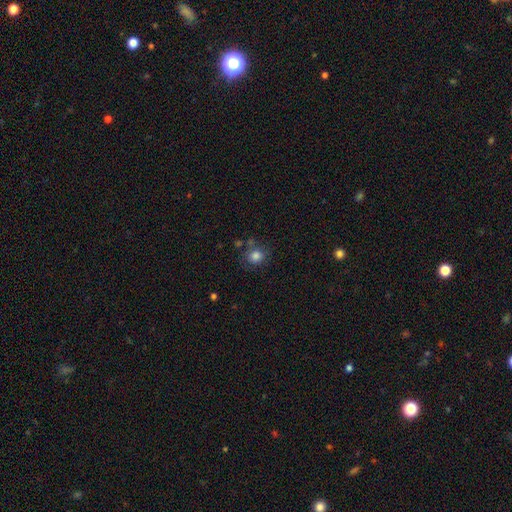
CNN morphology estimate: Smooth or featured? Predicted: smooth (p=0.81). How rounded? Predicted: round (p=0.77). Merging? Predicted: none (p=0.69).